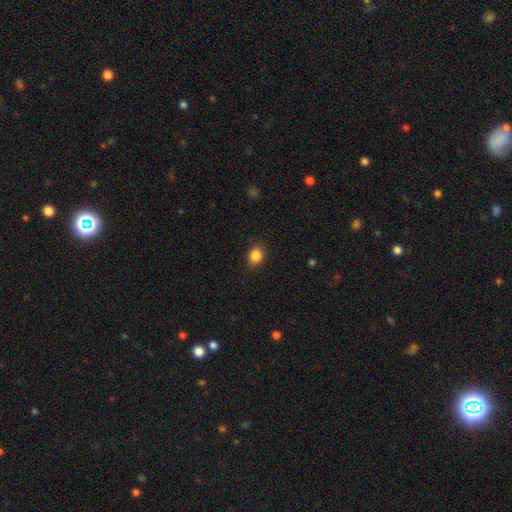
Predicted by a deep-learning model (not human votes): Smooth or featured? Predicted: smooth (p=0.85). How rounded? Predicted: round (p=0.60). Merging? Predicted: none (p=0.88).